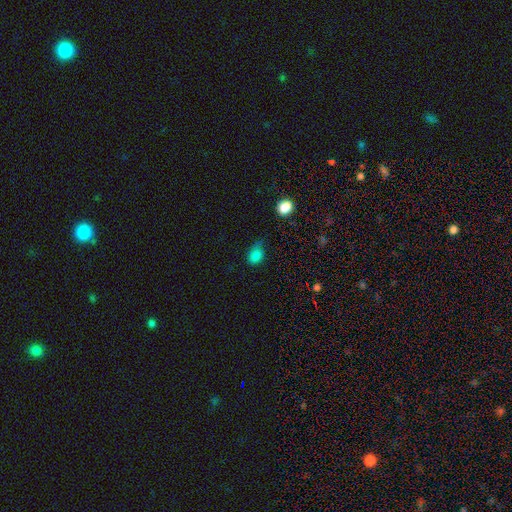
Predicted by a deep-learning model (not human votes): smooth 80%, star or artifact 13%, featured or disk 7%. Down the decision tree: how rounded — in between (75%); merging — minor disturbance (39%).